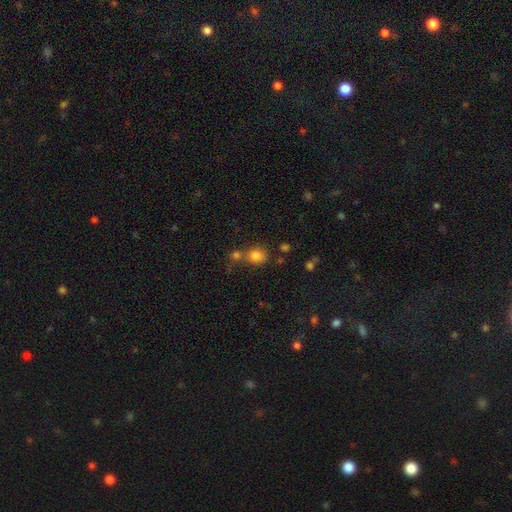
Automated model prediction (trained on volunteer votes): Smooth or featured? Predicted: smooth (p=0.80). How rounded? Predicted: round (p=0.71). Merging? Predicted: none (p=0.55).